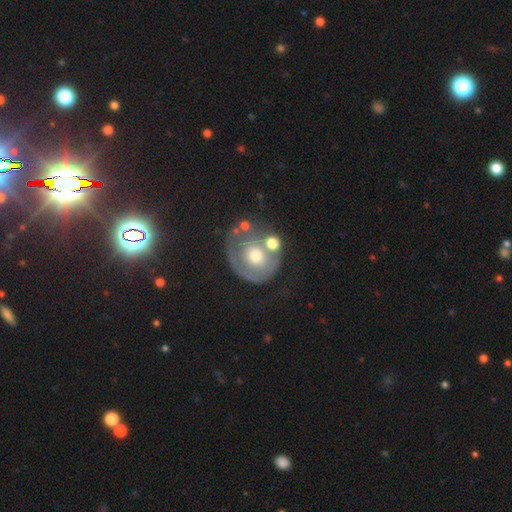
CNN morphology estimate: This is possibly a featured or disk galaxy (49%). Merging: possibly none (46%).